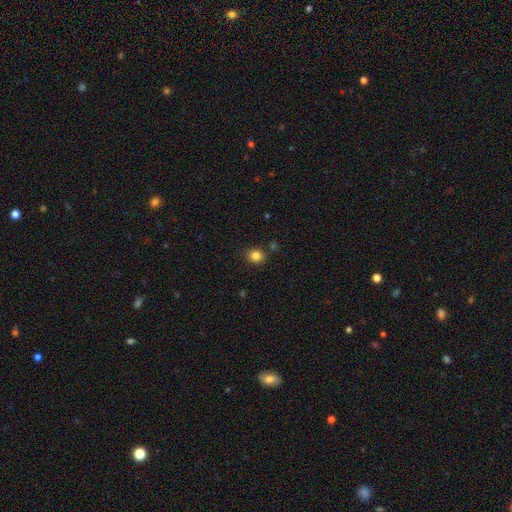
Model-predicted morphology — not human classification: Q: Smooth or featured?
A: smooth (83%); runner-up: star or artifact (12%)
Q: How rounded?
A: round (68%); runner-up: in between (31%)
Q: Merging?
A: none (84%); runner-up: minor disturbance (10%)